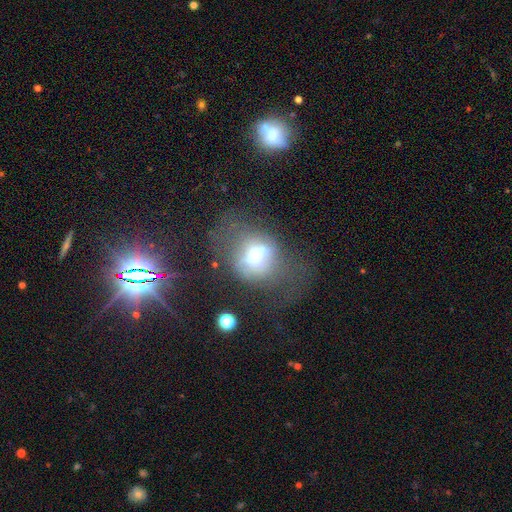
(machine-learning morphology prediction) This is possibly a smooth galaxy (46%). Merging: marginally none (43%).